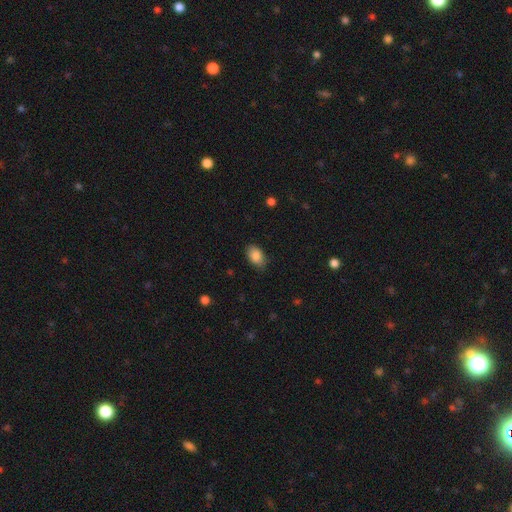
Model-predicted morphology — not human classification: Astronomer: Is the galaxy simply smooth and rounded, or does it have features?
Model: smooth — 86%.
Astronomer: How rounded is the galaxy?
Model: in between — 89%.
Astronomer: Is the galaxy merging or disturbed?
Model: none — 82%.